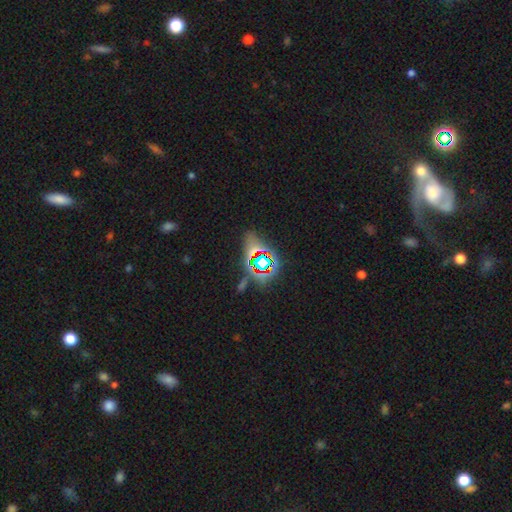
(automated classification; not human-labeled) A star or artifact, not a galaxy (61%).